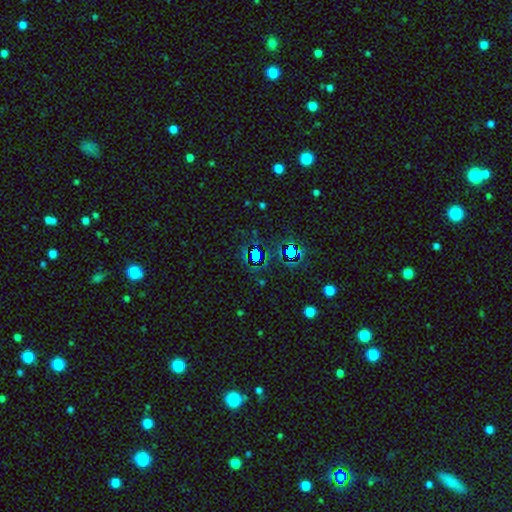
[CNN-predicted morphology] A star or artifact, not a galaxy (73%).

Vote fractions:
- Smooth or featured? star or artifact: 73% / smooth: 17% / featured or disk: 10%